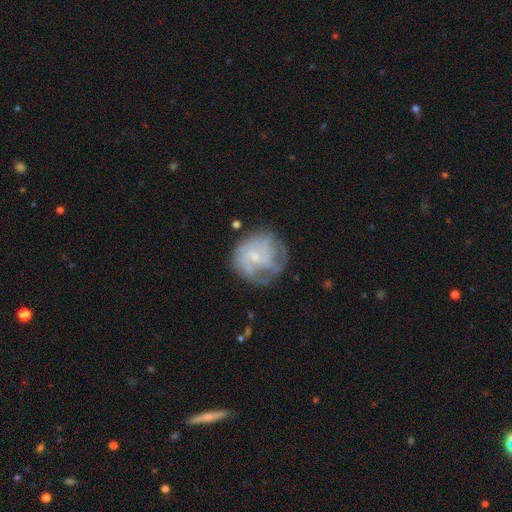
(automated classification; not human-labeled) Smooth or featured?
  - featured or disk: 67% *
  - smooth: 24%
  - star or artifact: 8%
Edge-on disk?
  - no: 98% *
  - yes: 2%
Bar?
  - no: 70% *
  - weak: 26%
  - strong: 4%
Spiral arms?
  - yes: 74% *
  - no: 26%
Bulge size?
  - small: 69% *
  - moderate: 19%
  - none: 10%
  - large: 1%
  - dominant: 1%
Merging?
  - none: 60% *
  - minor disturbance: 22%
  - major disturbance: 16%
  - merger: 2%